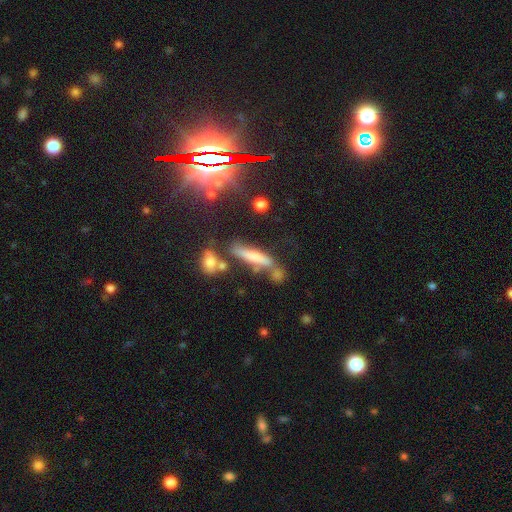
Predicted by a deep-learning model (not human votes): Smooth or featured? Predicted: smooth (p=0.49). Merging? Predicted: none (p=0.53).